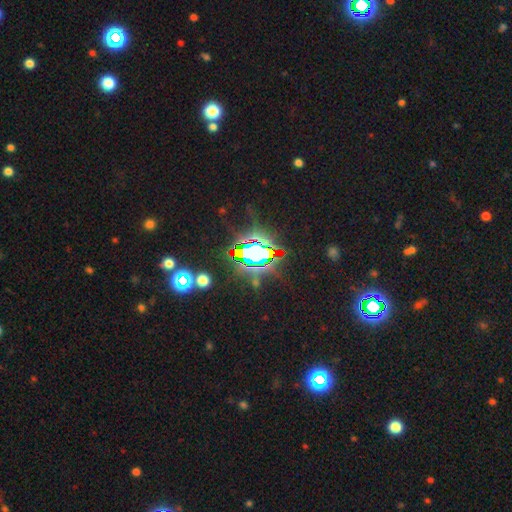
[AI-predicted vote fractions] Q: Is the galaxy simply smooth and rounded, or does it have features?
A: star or artifact — 77%.